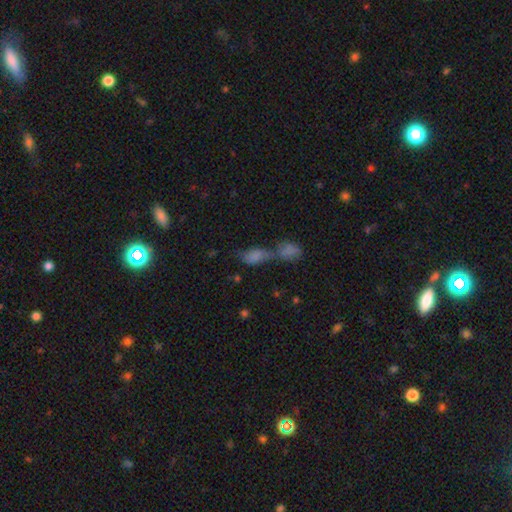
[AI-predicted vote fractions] Overall: smooth (61%; star or artifact 21%). How rounded: in between (69%). Merging: merger (68%).